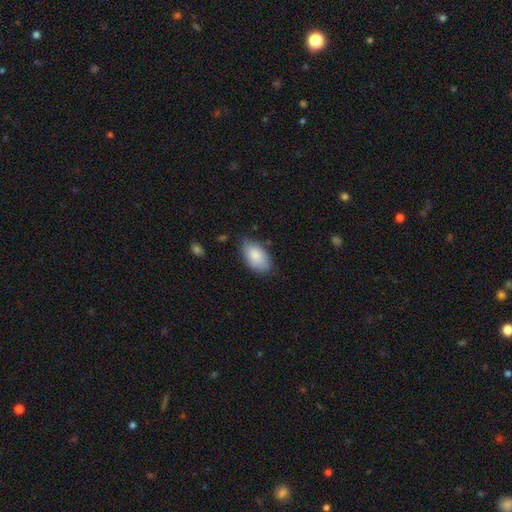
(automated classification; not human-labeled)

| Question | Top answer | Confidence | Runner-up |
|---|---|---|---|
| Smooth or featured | smooth | 85% | featured or disk (9%) |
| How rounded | in between | 94% | round (4%) |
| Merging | none | 69% | minor disturbance (25%) |